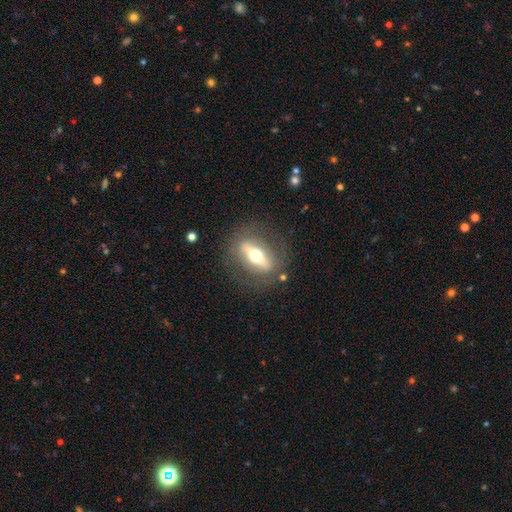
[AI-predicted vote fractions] Morphology: type=featured or disk (63%); edge-on=yes (51%); merging=none (80%).